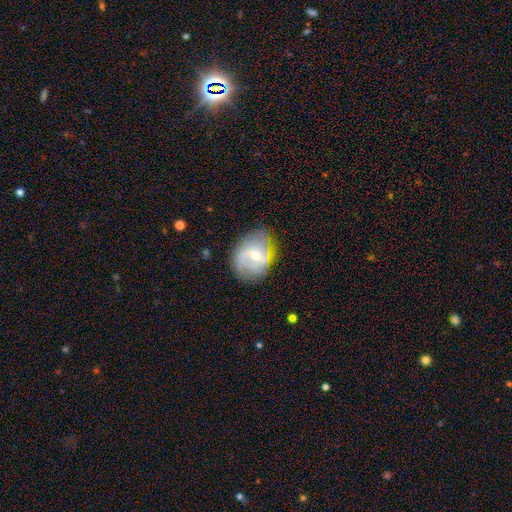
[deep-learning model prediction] smooth_or_featured: featured or disk (p=0.58) [alt: smooth p=0.34]
disk_edge_on: no (p=0.96) [alt: yes p=0.04]
bar: weak (p=0.46) [alt: no p=0.42]
has_spiral_arms: yes (p=0.73) [alt: no p=0.27]
bulge_size: moderate (p=0.51) [alt: small p=0.43]
merging: none (p=0.69) [alt: minor disturbance p=0.21]